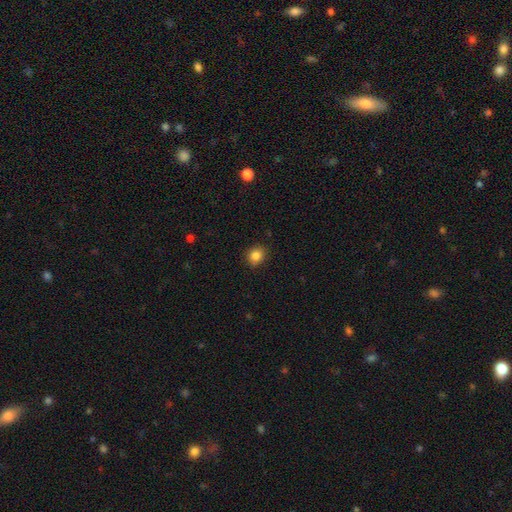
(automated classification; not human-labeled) Smooth or featured?
  - smooth: 85% *
  - star or artifact: 11%
  - featured or disk: 5%
How rounded?
  - round: 73% *
  - in between: 26%
  - cigar-shaped: 1%
Merging?
  - none: 87% *
  - minor disturbance: 9%
  - major disturbance: 2%
  - merger: 1%